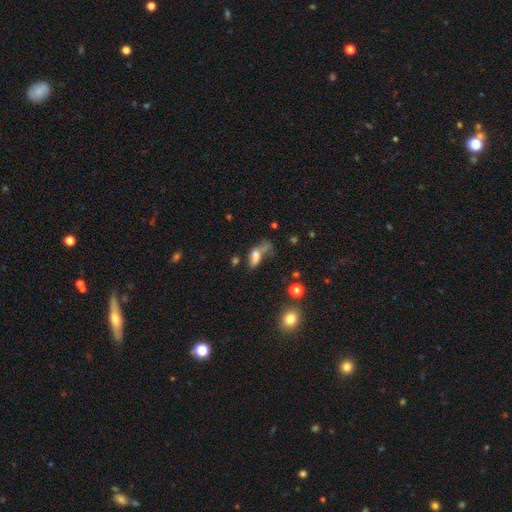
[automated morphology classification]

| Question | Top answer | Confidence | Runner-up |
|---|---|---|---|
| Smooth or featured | smooth | 64% | featured or disk (21%) |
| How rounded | in between | 75% | cigar-shaped (16%) |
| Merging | major disturbance | 28% | merger (27%) |